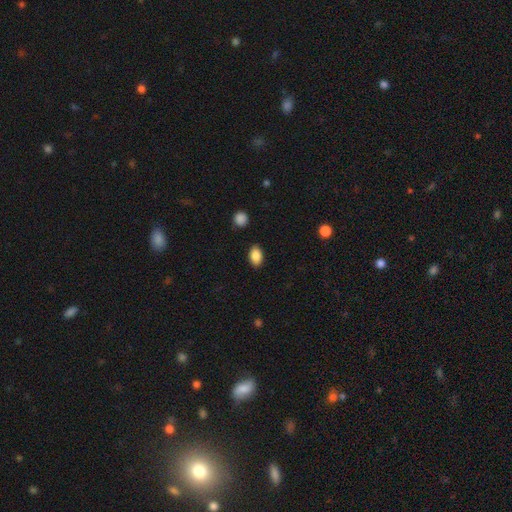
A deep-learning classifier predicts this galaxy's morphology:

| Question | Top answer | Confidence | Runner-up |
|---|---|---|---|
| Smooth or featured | smooth | 88% | star or artifact (8%) |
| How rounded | in between | 89% | round (10%) |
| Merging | none | 86% | minor disturbance (9%) |